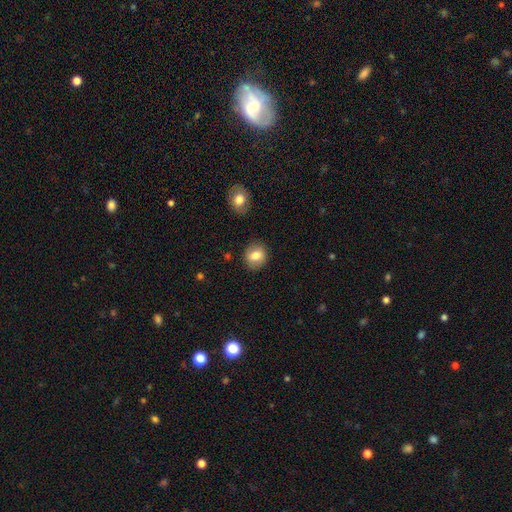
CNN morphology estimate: This appears to be a smooth galaxy with no disk features (78%) that is round (68%). Merging: none (86%).